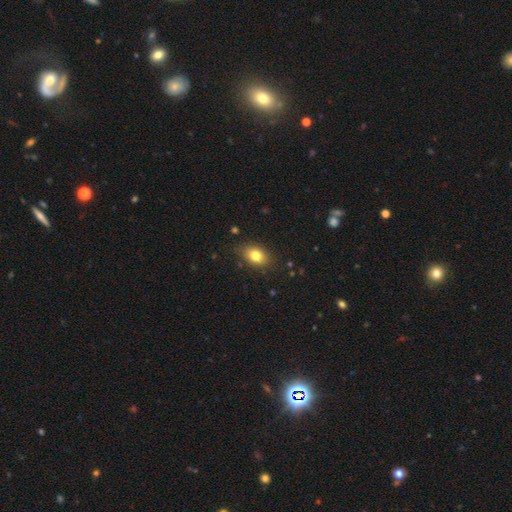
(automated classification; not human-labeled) This is likely a smooth galaxy (80%). How rounded: likely in between (79%). Merging: clearly none (83%).